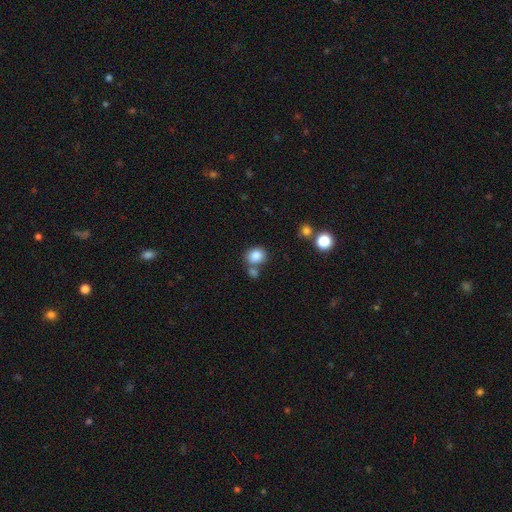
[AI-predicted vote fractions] The model was most divided on "merging": none: 63%, merger: 22%, minor disturbance: 11%, major disturbance: 4%. More confident: smooth or featured — smooth (85%); how rounded — round (70%).